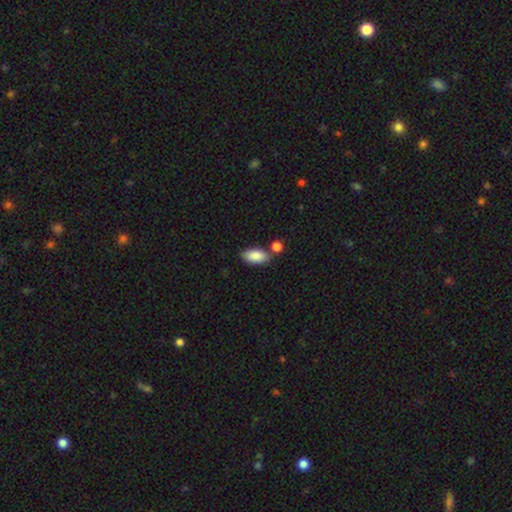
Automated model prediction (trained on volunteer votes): smooth-or-featured: smooth: 87% | star or artifact: 6% | featured or disk: 6%
  how-rounded: in between: 91% | cigar-shaped: 6% | round: 3%
  merging: none: 70% | merger: 15% | minor disturbance: 13% | major disturbance: 3%